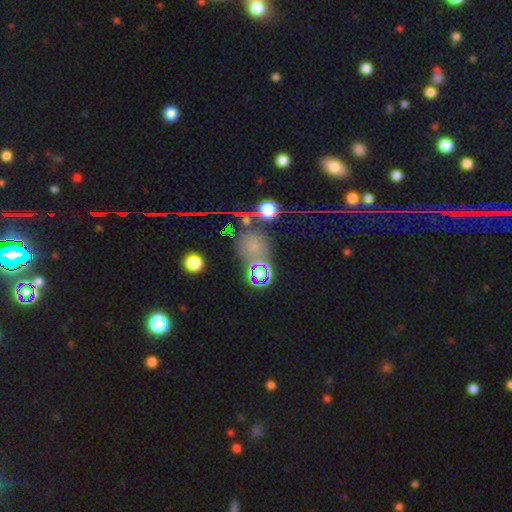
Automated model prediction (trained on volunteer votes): Overall: star or artifact (69%).